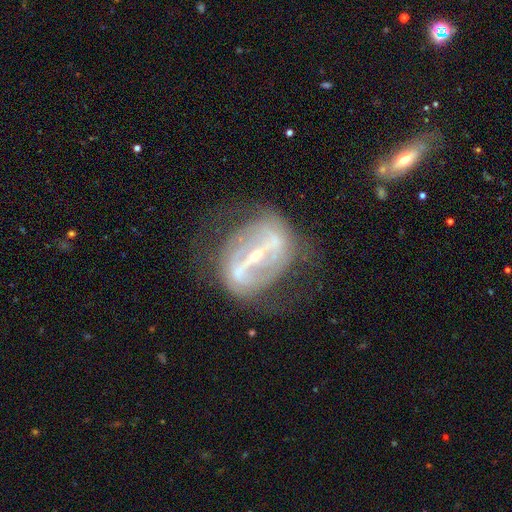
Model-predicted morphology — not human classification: A featured or disk galaxy (86%) with a strong bar (80%), 2 (62%) medium (39%) spiral arms (71%) and a small central bulge (71%).

Vote fractions:
- Smooth or featured? featured or disk: 86% / smooth: 7% / star or artifact: 7%
- Edge-on disk? no: 92% / yes: 8%
- Bar? strong: 80% / weak: 14% / no: 5%
- Spiral arms? yes: 71% / no: 29%
- Spiral winding? medium: 39% / tight: 34% / loose: 27%
- Spiral arm count? 2: 62% / can't tell: 23% / 3: 5% / 1: 5% / 4: 3% / more than 4: 2%
- Bulge size? small: 71% / moderate: 25% / large: 2% / none: 1% / dominant: 1%
- Merging? none: 56% / minor disturbance: 21% / major disturbance: 20% / merger: 3%